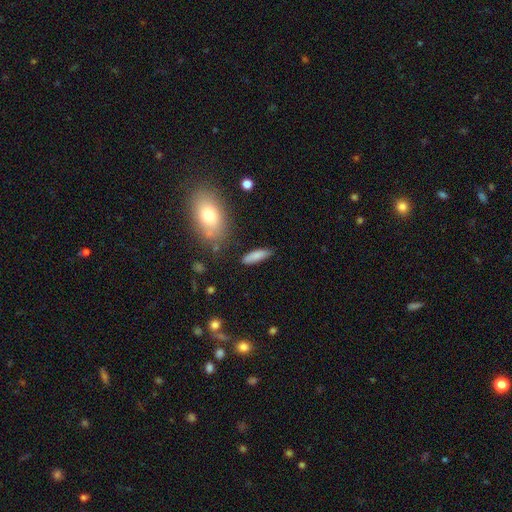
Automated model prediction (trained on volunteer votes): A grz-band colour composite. It shows a smooth galaxy with no disk features (82%) that is cigar-shaped (61%). Merging: none (79%).